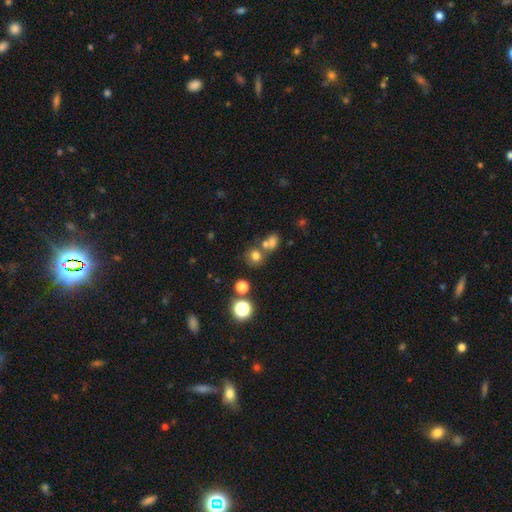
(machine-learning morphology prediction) The model was most divided on "merging": none: 59%, merger: 28%, minor disturbance: 9%, major disturbance: 4%. More confident: how rounded — round (83%); smooth or featured — smooth (70%).